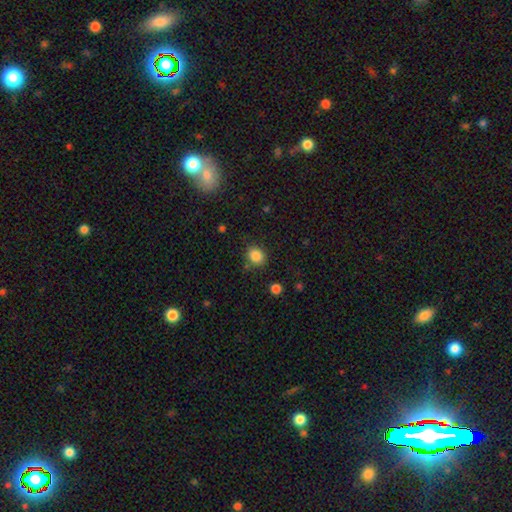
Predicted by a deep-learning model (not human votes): This appears to be a smooth galaxy with no disk features (85%) that is round (68%). Merging: none (81%).